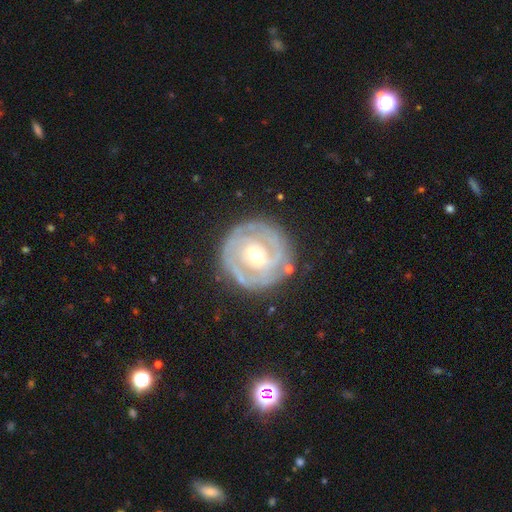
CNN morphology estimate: featured or disk 83%, smooth 12%, star or artifact 5%. Down the decision tree: edge-on disk — no (97%); bar — weak (47%); spiral arms — yes (89%); spiral arm count — 2 (39%); spiral winding — tight (73%); bulge size — moderate (70%); merging — none (81%).